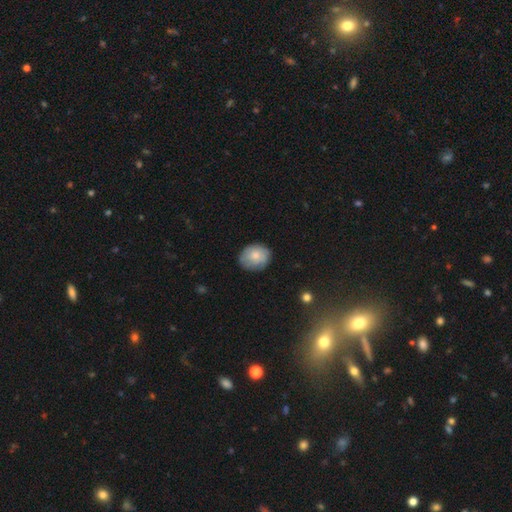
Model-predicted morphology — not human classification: Smooth or featured? Predicted: smooth (p=0.69). How rounded? Predicted: round (p=0.58). Merging? Predicted: none (p=0.76).